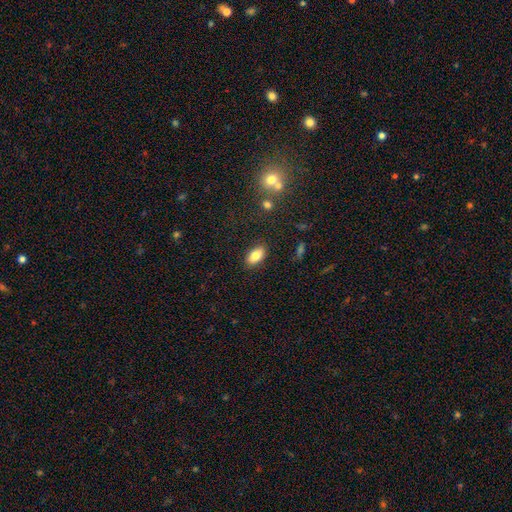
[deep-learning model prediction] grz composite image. It shows a smooth galaxy with no disk features (82%) that is in between round and cigar-shaped (91%). Merging: none (87%).